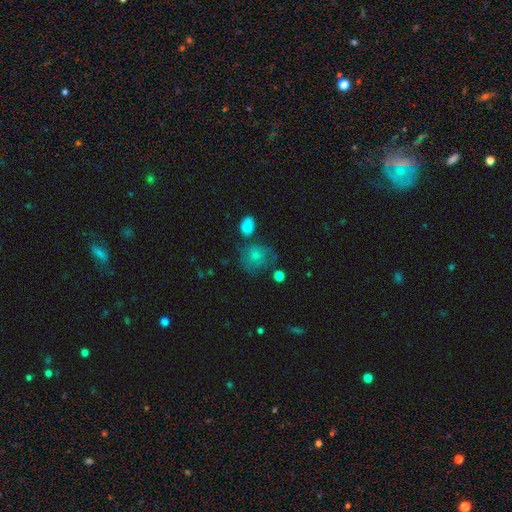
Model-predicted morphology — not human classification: smooth_or_featured: smooth (p=0.66) [alt: featured or disk p=0.24]
how_rounded: round (p=0.74) [alt: in between p=0.25]
merging: none (p=0.46) [alt: minor disturbance p=0.25]